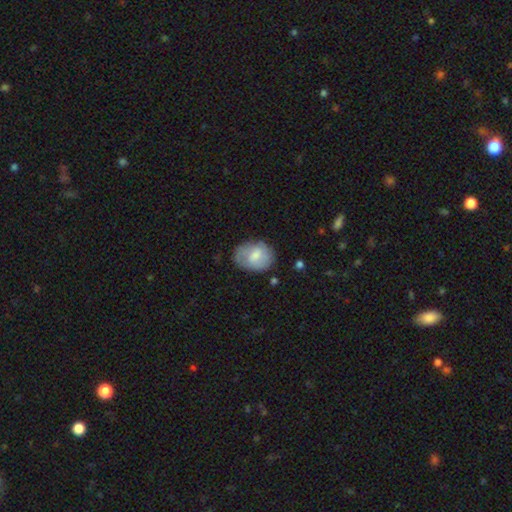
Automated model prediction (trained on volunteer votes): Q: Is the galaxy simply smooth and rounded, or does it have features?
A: smooth — 61%.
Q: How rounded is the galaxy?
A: in between — 66%.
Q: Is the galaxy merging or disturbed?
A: none — 60%.